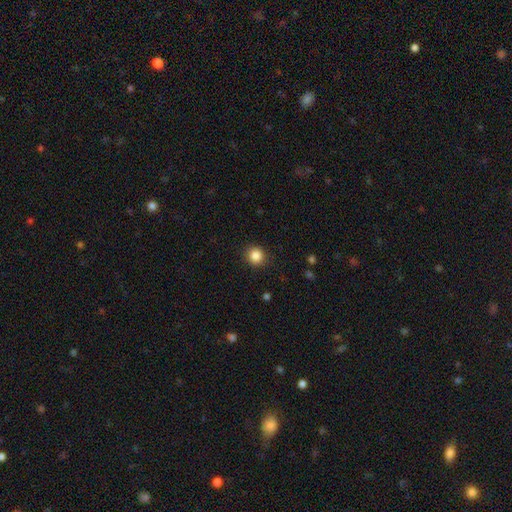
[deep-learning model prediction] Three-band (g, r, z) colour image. It shows a smooth galaxy with no disk features (86%) that is round (90%). Merging: none (90%).